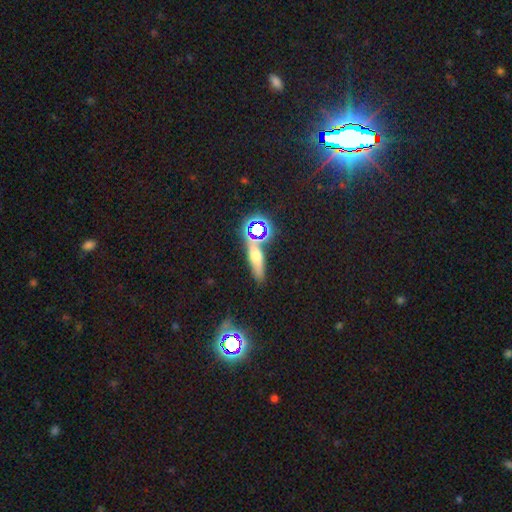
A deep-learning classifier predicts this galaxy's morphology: Smooth or featured?
  - smooth: 44% *
  - star or artifact: 31%
  - featured or disk: 25%
Merging?
  - none: 74% *
  - minor disturbance: 12%
  - merger: 9%
  - major disturbance: 5%